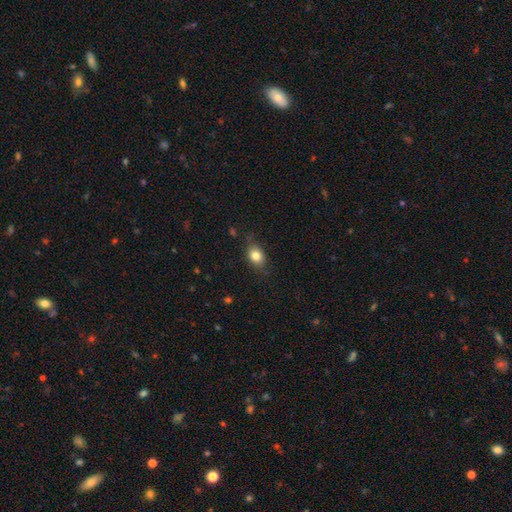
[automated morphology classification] Smooth or featured: smooth — 82% (star or artifact — 9%)
How rounded: in between — 65% (round — 33%)
Merging: none — 77% (minor disturbance — 18%)